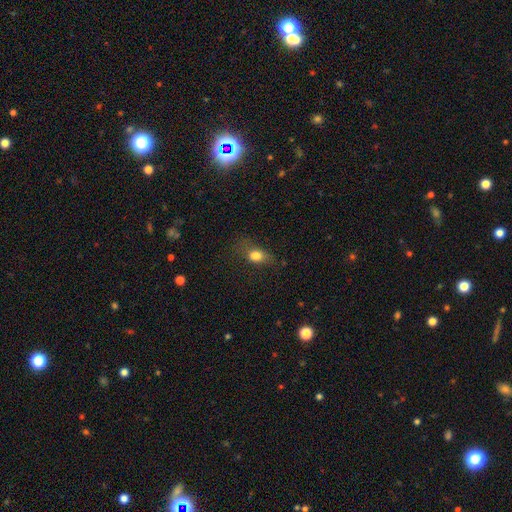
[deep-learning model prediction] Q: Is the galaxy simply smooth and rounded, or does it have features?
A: smooth — 75%.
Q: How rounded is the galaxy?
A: in between — 72%.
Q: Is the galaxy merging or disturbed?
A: none — 44%.